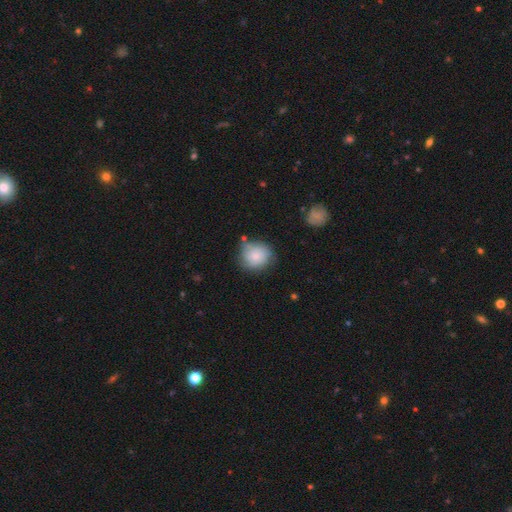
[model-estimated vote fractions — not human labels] Smooth or featured: smooth — 72% (featured or disk — 20%)
How rounded: round — 84% (in between — 15%)
Merging: none — 62% (minor disturbance — 26%)